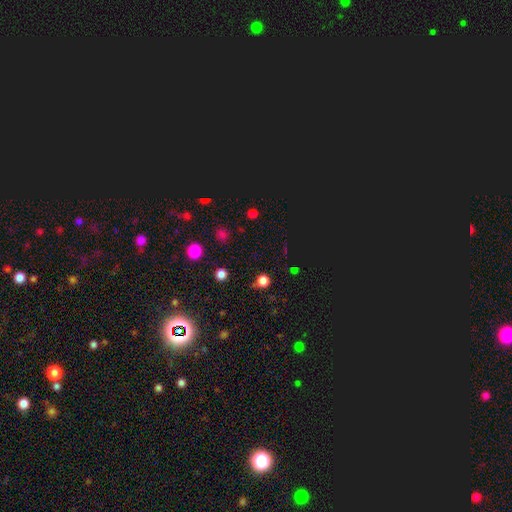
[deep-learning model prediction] smooth_or_featured: smooth (p=0.52) [alt: star or artifact p=0.43]
how_rounded: round (p=0.90) [alt: in between p=0.08]
merging: none (p=0.86) [alt: minor disturbance p=0.07]